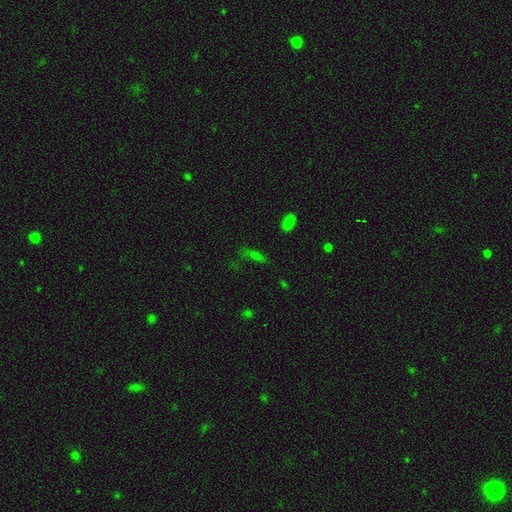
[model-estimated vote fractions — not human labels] Q: Smooth or featured?
A: smooth (54%); runner-up: star or artifact (26%)
Q: How rounded?
A: in between (52%); runner-up: cigar-shaped (40%)
Q: Merging?
A: none (60%); runner-up: minor disturbance (21%)